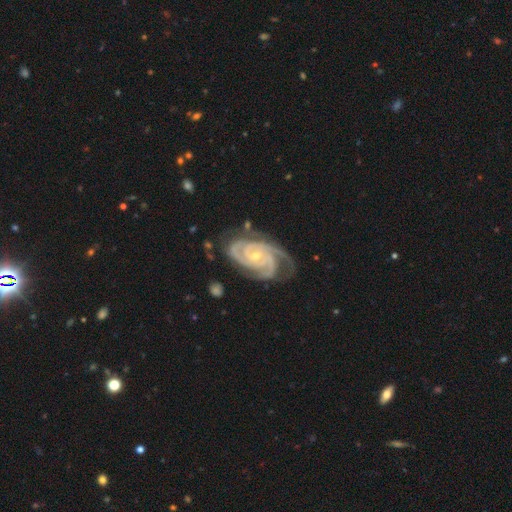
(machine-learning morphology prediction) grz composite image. It shows a featured or disk galaxy (94%) with no bar (67%), 3 (51%) tight (75%) spiral arms (99%) and a small central bulge (67%). Merging: none (71%).